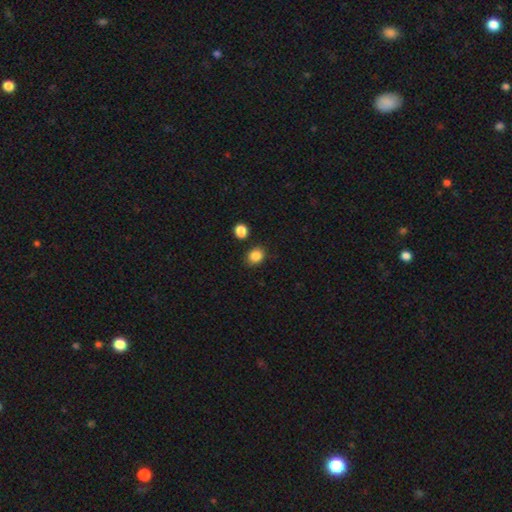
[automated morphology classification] A smooth galaxy with no disk features (86%) that is round (63%).

Vote fractions:
- Smooth or featured? smooth: 86% / star or artifact: 10% / featured or disk: 4%
- How rounded? round: 63% / in between: 36% / cigar-shaped: 1%
- Merging? none: 81% / minor disturbance: 11% / merger: 5% / major disturbance: 3%